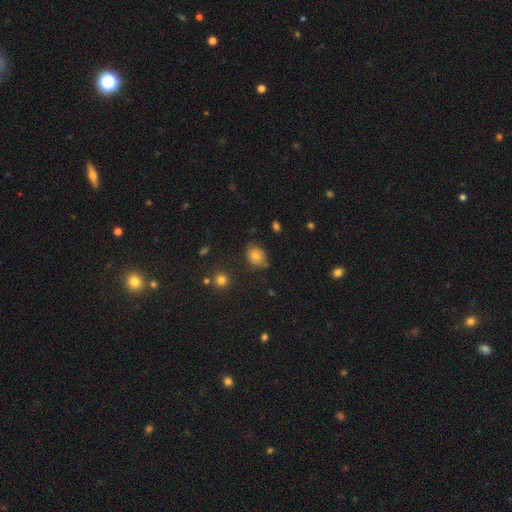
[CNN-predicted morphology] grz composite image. It shows a smooth galaxy with no disk features (73%) that is in between round and cigar-shaped (58%). Merging: none (72%).